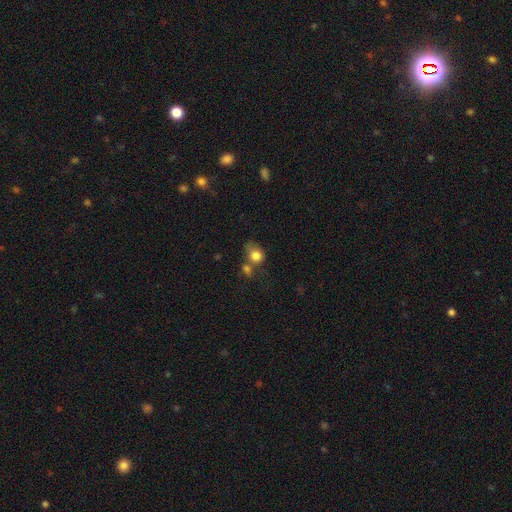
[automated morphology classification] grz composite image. It shows a smooth galaxy with no disk features (81%) that is round (60%). Merging: none (35%, tied with merger).